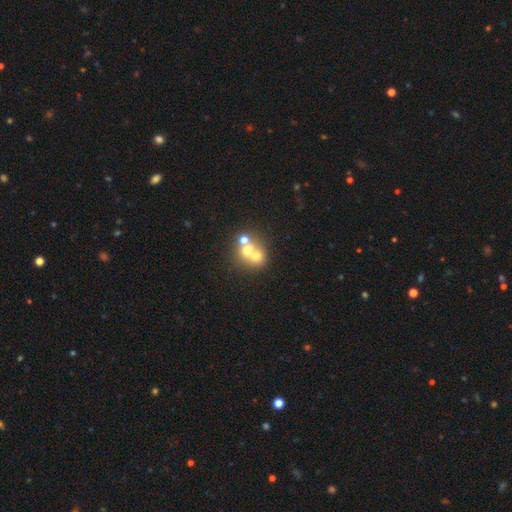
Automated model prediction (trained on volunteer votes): Overall: smooth (58%; featured or disk 27%). How rounded: round (78%). Merging: merger (59%; none 32%).